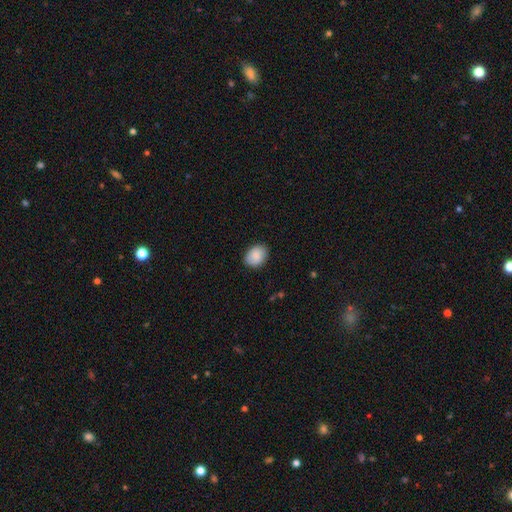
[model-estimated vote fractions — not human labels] smooth_or_featured: smooth (p=0.84) [alt: featured or disk p=0.09]
how_rounded: in between (p=0.62) [alt: round p=0.37]
merging: none (p=0.84) [alt: minor disturbance p=0.13]